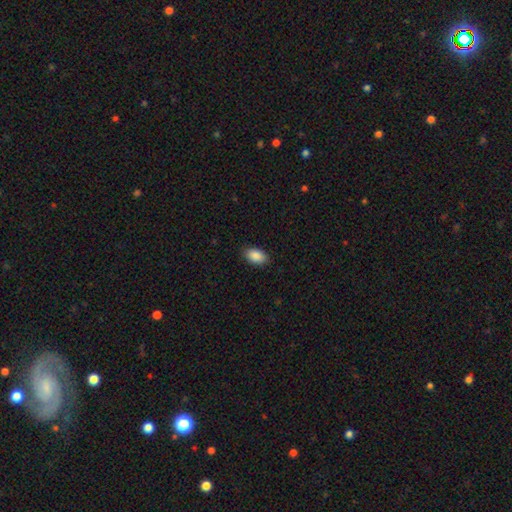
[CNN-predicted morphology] smooth 89%, star or artifact 7%, featured or disk 4%. Down the decision tree: how rounded — in between (93%); merging — none (88%).